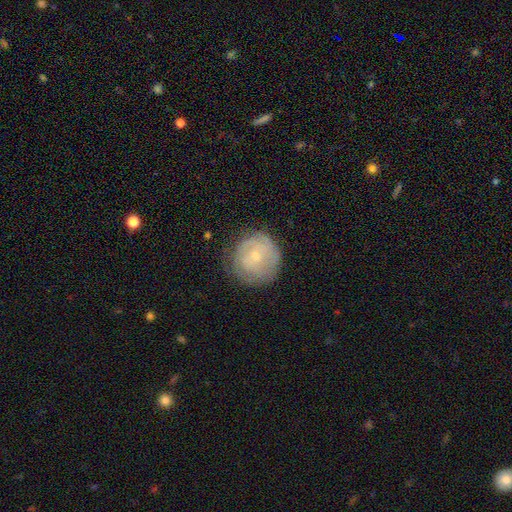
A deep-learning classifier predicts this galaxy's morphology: The model was most divided on "smooth or featured": featured or disk: 58%, smooth: 34%, star or artifact: 8%. More confident: edge-on disk — no (97%); spiral arms — yes (78%); bar — no (78%); bulge size — small (77%); merging — none (75%).